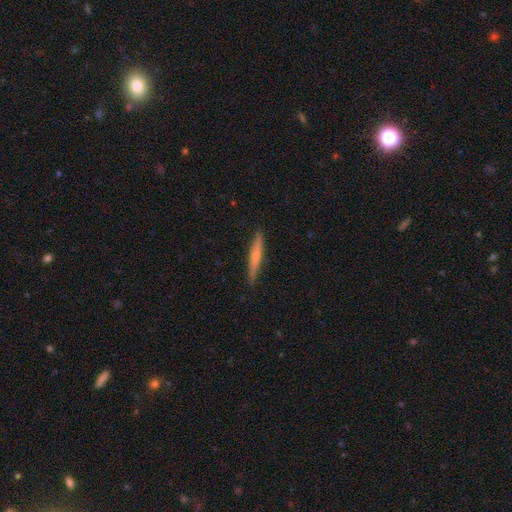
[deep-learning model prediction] Smooth or featured? Predicted: smooth (p=0.57). How rounded? Predicted: cigar-shaped (p=0.95). Merging? Predicted: none (p=0.89).